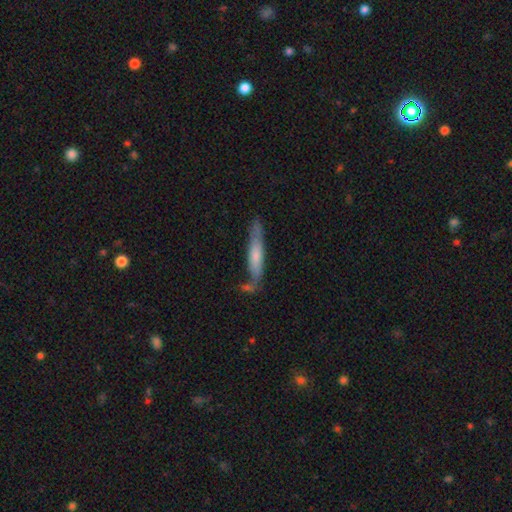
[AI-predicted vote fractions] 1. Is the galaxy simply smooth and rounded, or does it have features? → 57% smooth, 38% featured or disk, 6% star or artifact.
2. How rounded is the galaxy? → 89% cigar-shaped, 9% in between, 1% round.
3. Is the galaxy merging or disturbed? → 65% none, 20% minor disturbance, 10% merger, 5% major disturbance.